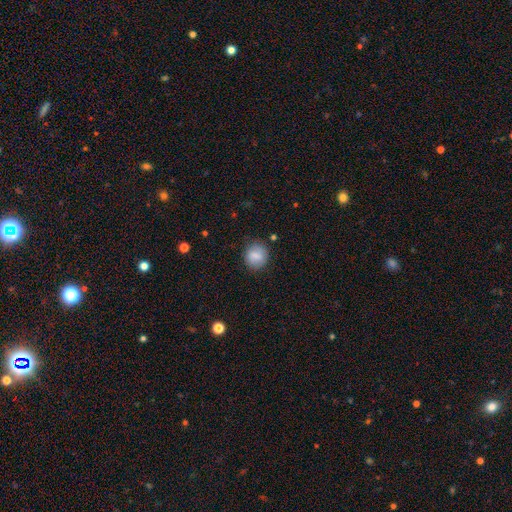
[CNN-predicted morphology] type=smooth (81%); roundness=round (74%); merging=none (79%).